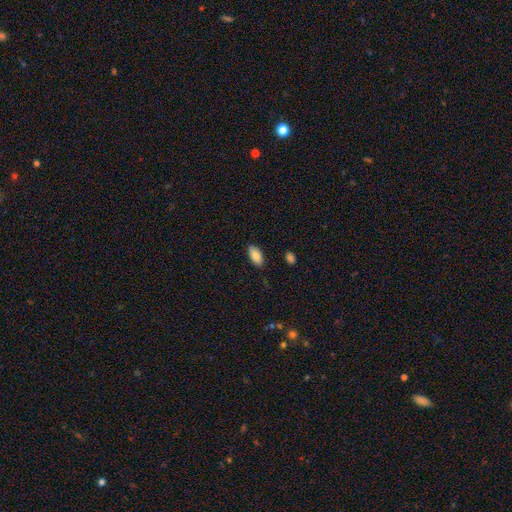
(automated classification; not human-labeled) Morphology: type=smooth (86%); roundness=in between (92%); merging=none (86%).